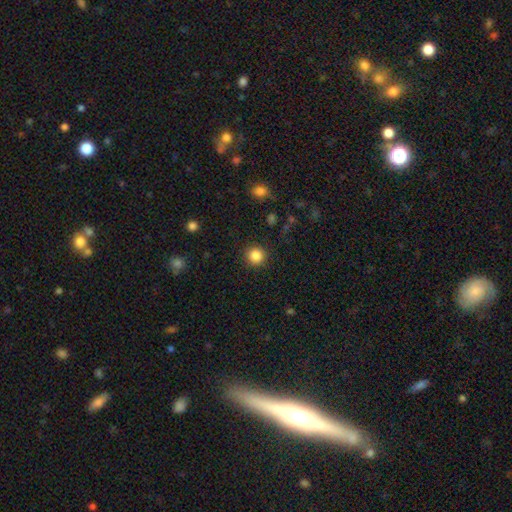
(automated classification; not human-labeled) Smooth or featured? Predicted: smooth (p=0.86). How rounded? Predicted: round (p=0.94). Merging? Predicted: none (p=0.91).